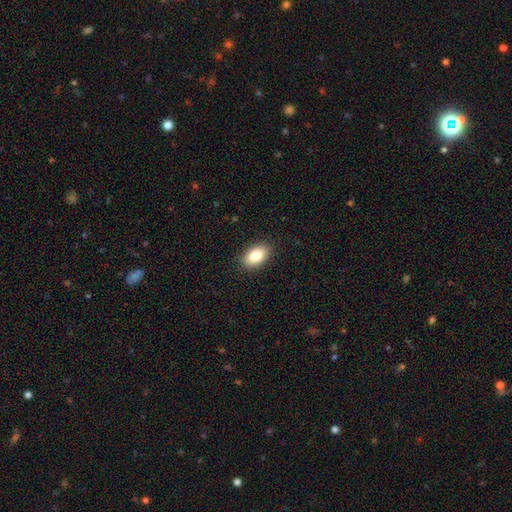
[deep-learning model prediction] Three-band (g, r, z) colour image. It shows a smooth galaxy with no disk features (81%) that is in between round and cigar-shaped (90%). Merging: none (89%).